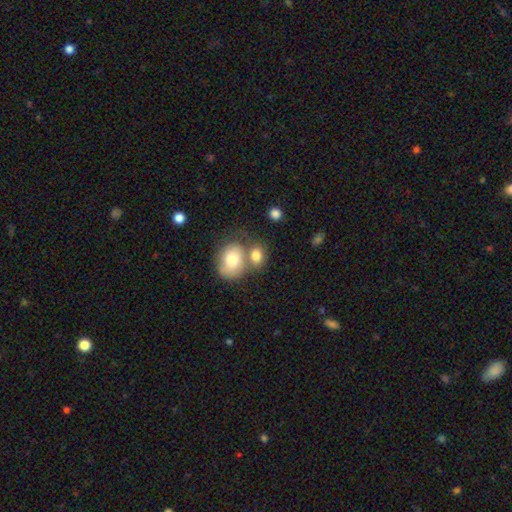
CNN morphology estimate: The model was most divided on "merging": merger: 47%, none: 36%, minor disturbance: 12%, major disturbance: 5%. More confident: smooth or featured — smooth (80%); how rounded — in between (62%).